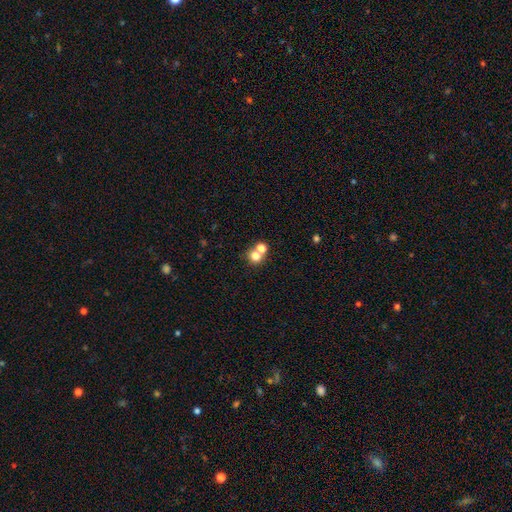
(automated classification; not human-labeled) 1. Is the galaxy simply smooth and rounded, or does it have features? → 73% smooth, 15% star or artifact, 12% featured or disk.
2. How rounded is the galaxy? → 85% round, 14% in between, 1% cigar-shaped.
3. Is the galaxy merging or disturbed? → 47% none, 44% merger, 6% minor disturbance, 3% major disturbance.